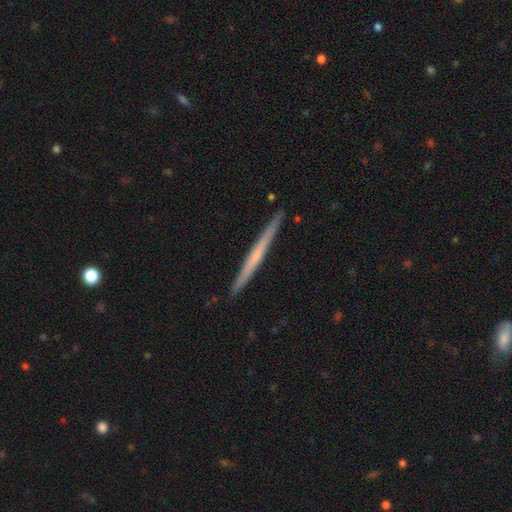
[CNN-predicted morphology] Smooth or featured: featured or disk — 56% (smooth — 38%)
Edge-on disk: yes — 98% (no — 2%)
Edge-on bulge: none — 77% (rounded — 18%)
Merging: none — 92% (minor disturbance — 6%)